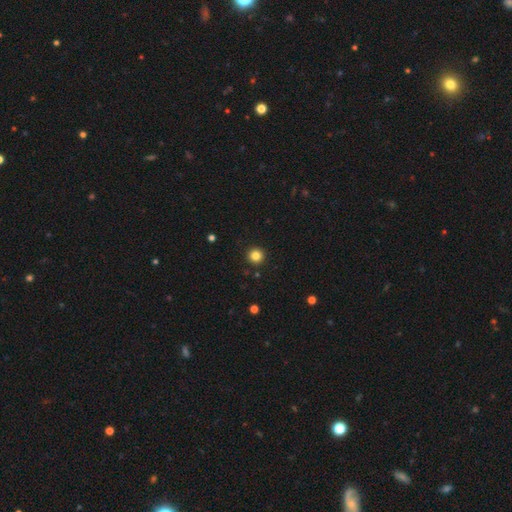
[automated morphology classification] smooth_or_featured: smooth (p=0.83) [alt: star or artifact p=0.12]
how_rounded: round (p=0.96) [alt: in between p=0.03]
merging: none (p=0.93) [alt: minor disturbance p=0.04]